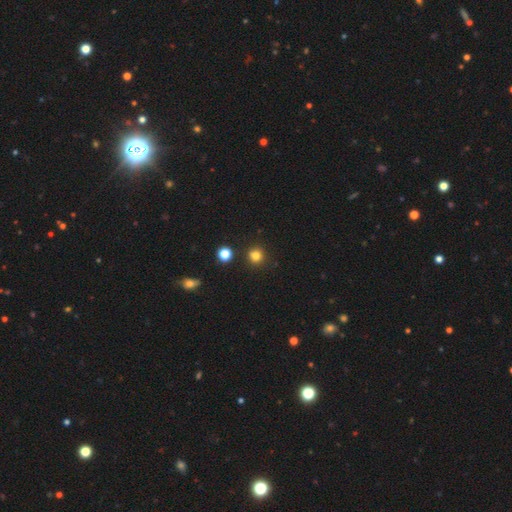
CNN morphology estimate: Q: Smooth or featured?
A: smooth (81%); runner-up: star or artifact (14%)
Q: How rounded?
A: round (92%); runner-up: in between (7%)
Q: Merging?
A: none (86%); runner-up: minor disturbance (7%)